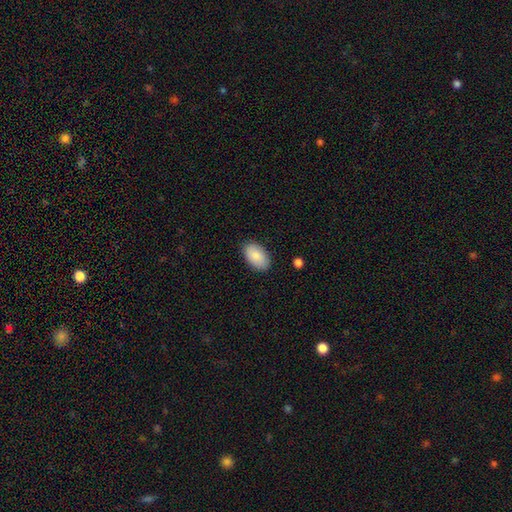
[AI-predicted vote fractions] smooth-or-featured: smooth: 86% | featured or disk: 8% | star or artifact: 6%
  how-rounded: in between: 94% | round: 5% | cigar-shaped: 1%
  merging: none: 87% | minor disturbance: 10% | major disturbance: 2% | merger: 1%